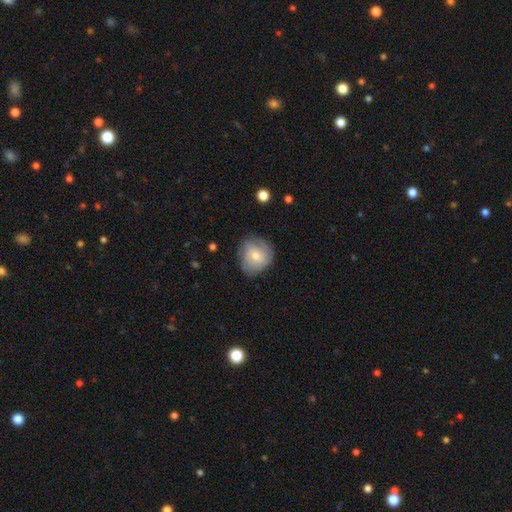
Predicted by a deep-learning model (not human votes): This is possibly a smooth galaxy (59%). How rounded: likely round (77%). Merging: likely none (69%).